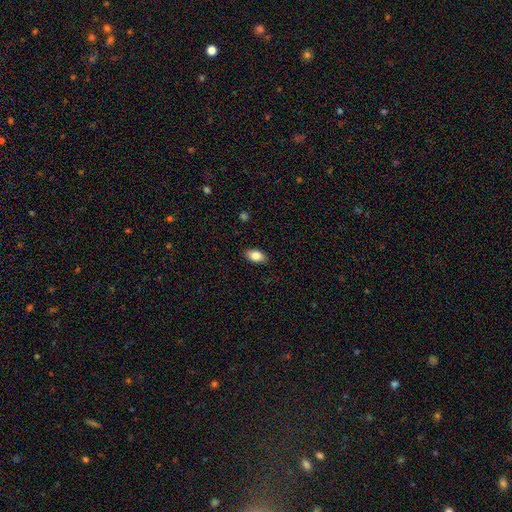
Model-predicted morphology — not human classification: smooth_or_featured: smooth (p=0.84) [alt: featured or disk p=0.09]
how_rounded: in between (p=0.92) [alt: round p=0.05]
merging: none (p=0.87) [alt: minor disturbance p=0.10]